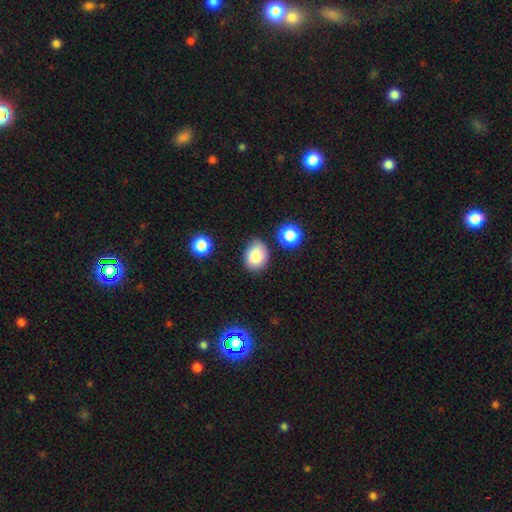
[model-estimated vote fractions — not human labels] This is clearly a smooth galaxy (84%). How rounded: possibly in between (56%). Merging: likely none (72%).